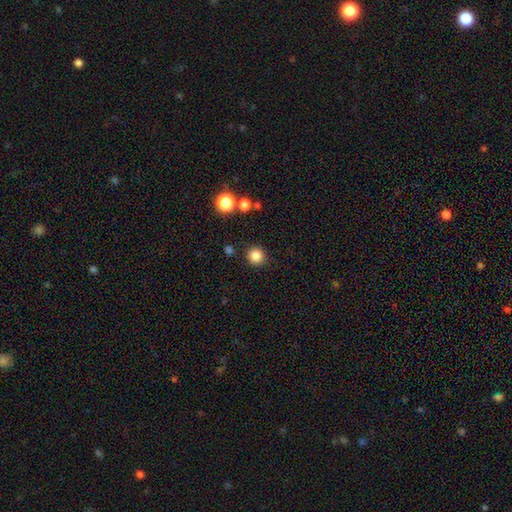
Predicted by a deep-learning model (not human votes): Smooth or featured? Predicted: smooth (p=0.84). How rounded? Predicted: round (p=0.95). Merging? Predicted: none (p=0.90).